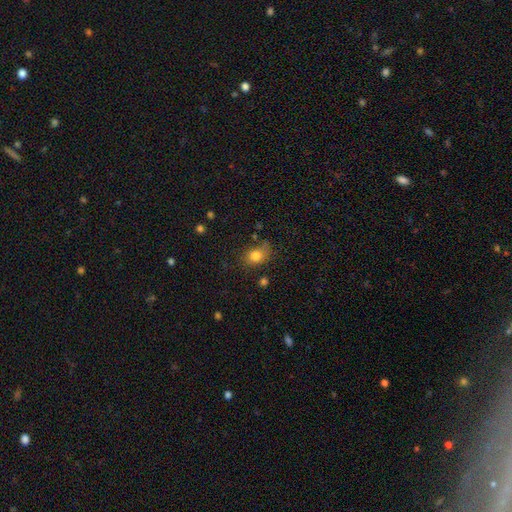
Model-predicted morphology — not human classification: Smooth or featured? Predicted: smooth (p=0.81). How rounded? Predicted: in between (p=0.57). Merging? Predicted: none (p=0.62).